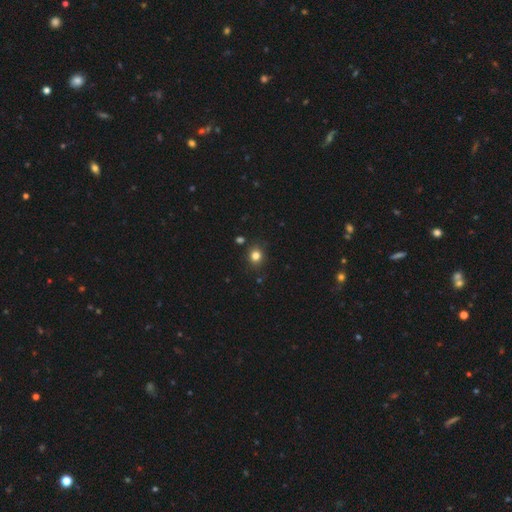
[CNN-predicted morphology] This appears to be a smooth galaxy with no disk features (81%) that is round (72%). Merging: none (85%).